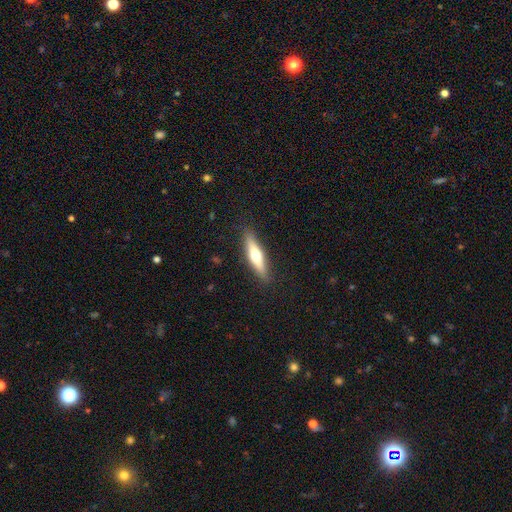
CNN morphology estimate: Smooth or featured: smooth — 50% (featured or disk — 44%)
Merging: none — 89% (minor disturbance — 8%)